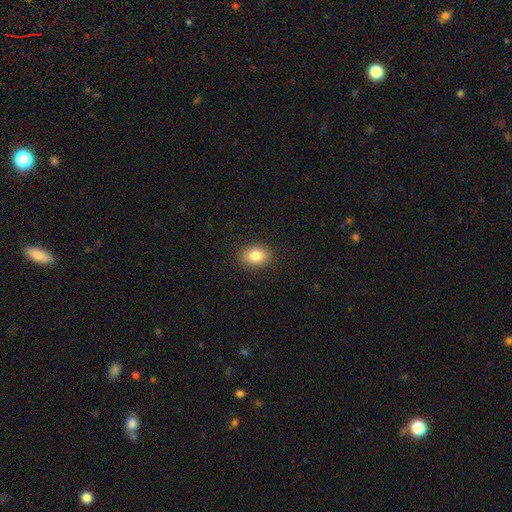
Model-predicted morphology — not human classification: Smooth or featured? smooth (84%)
How rounded? in between (62%)
Merging? none (89%)